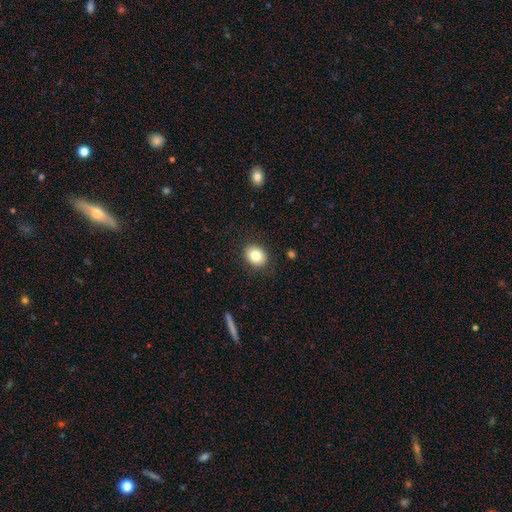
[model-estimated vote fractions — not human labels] Smooth or featured: smooth — 81% (featured or disk — 9%)
How rounded: round — 52% (in between — 48%)
Merging: none — 88% (minor disturbance — 9%)